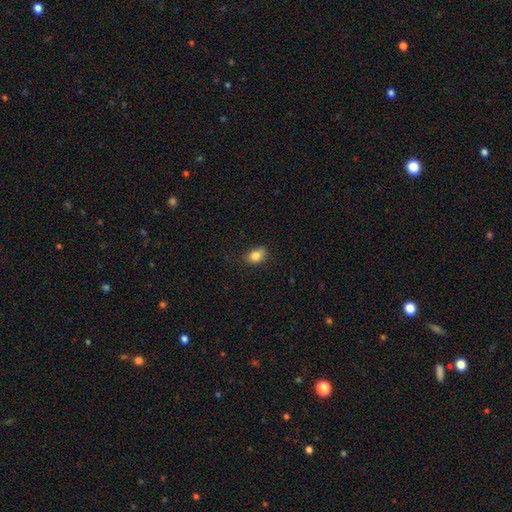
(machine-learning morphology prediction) smooth 84%, star or artifact 9%, featured or disk 7%. Down the decision tree: how rounded — in between (75%); merging — none (70%).